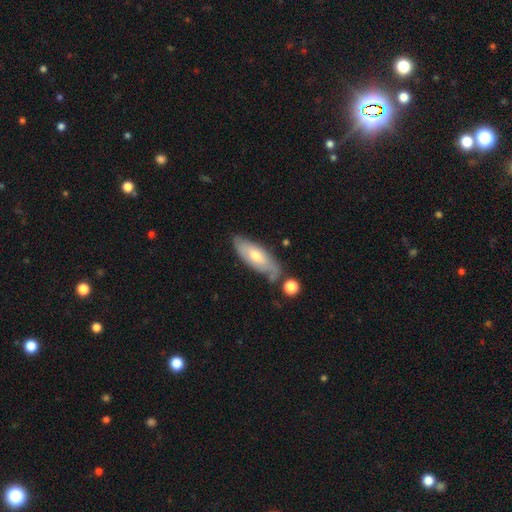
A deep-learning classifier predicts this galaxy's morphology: smooth_or_featured: featured or disk (p=0.46) [alt: smooth p=0.45]
merging: none (p=0.69) [alt: minor disturbance p=0.18]